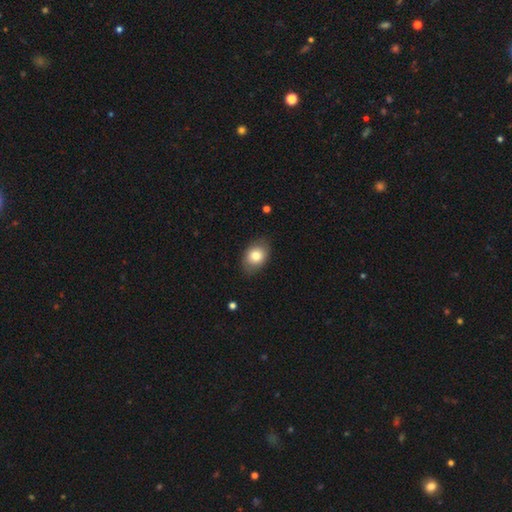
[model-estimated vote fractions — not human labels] Smooth or featured? Predicted: smooth (p=0.79). How rounded? Predicted: in between (p=0.72). Merging? Predicted: none (p=0.82).